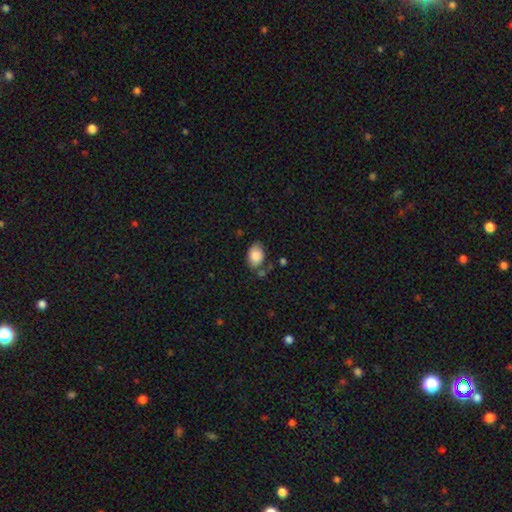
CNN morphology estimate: The model was most divided on "merging": none: 59%, minor disturbance: 26%, merger: 7%, major disturbance: 7%. More confident: smooth or featured — smooth (83%); how rounded — in between (83%).